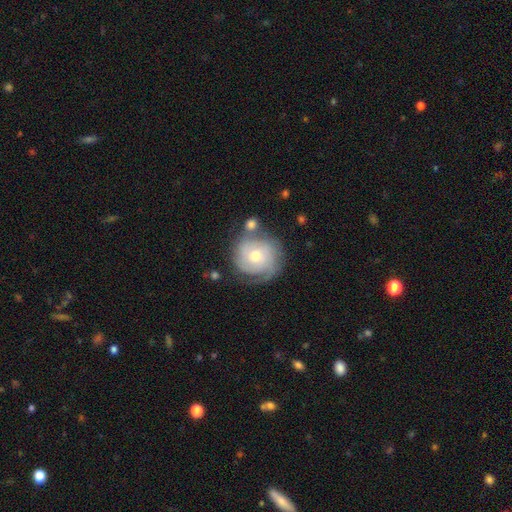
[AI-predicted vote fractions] featured or disk 67%, smooth 26%, star or artifact 7%. Down the decision tree: edge-on disk — no (97%); bar — no (76%); spiral arms — yes (88%); spiral arm count — can't tell (37%); spiral winding — tight (66%); bulge size — moderate (65%); merging — none (62%).